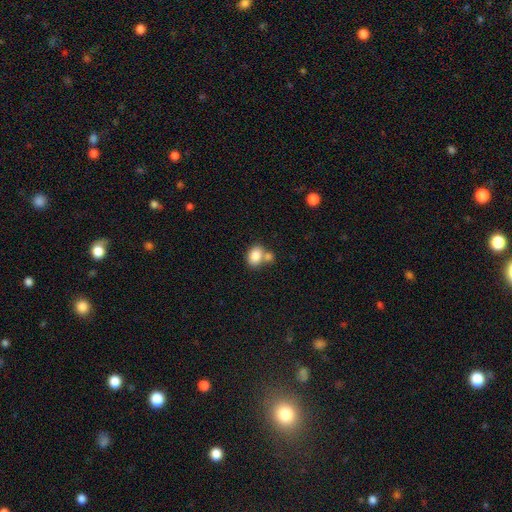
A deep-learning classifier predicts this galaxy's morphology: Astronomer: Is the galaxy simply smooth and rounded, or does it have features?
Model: smooth — 83%.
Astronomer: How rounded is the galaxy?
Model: in between — 70%.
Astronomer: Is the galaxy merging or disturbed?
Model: none — 45% (runner-up: merger, 40%).